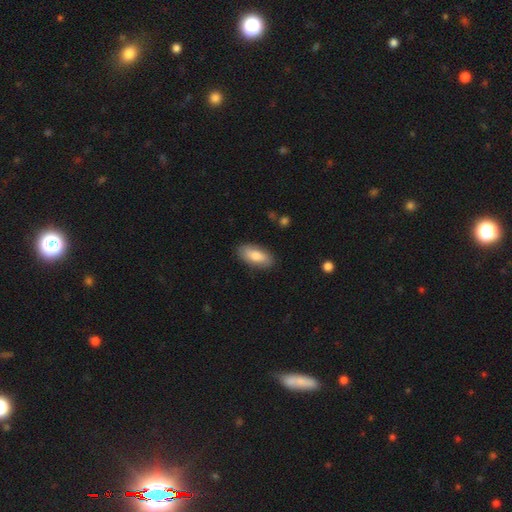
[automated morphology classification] Smooth or featured?
  - smooth: 76% *
  - featured or disk: 18%
  - star or artifact: 6%
How rounded?
  - in between: 87% *
  - cigar-shaped: 11%
  - round: 2%
Merging?
  - none: 85% *
  - minor disturbance: 11%
  - major disturbance: 2%
  - merger: 1%